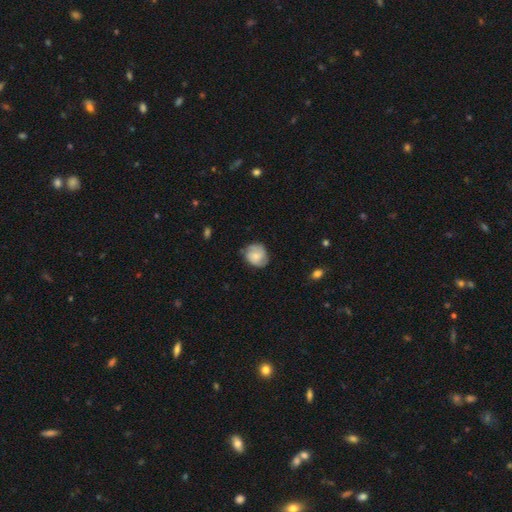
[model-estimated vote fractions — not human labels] smooth 59%, featured or disk 34%, star or artifact 7%. Down the decision tree: how rounded — round (73%); merging — none (69%).